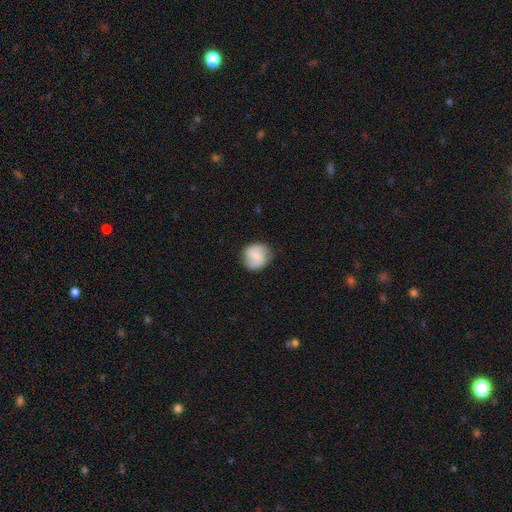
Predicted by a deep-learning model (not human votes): The model was most divided on "smooth or featured": smooth: 57%, featured or disk: 35%, star or artifact: 8%. More confident: how rounded — round (84%); merging — none (81%).